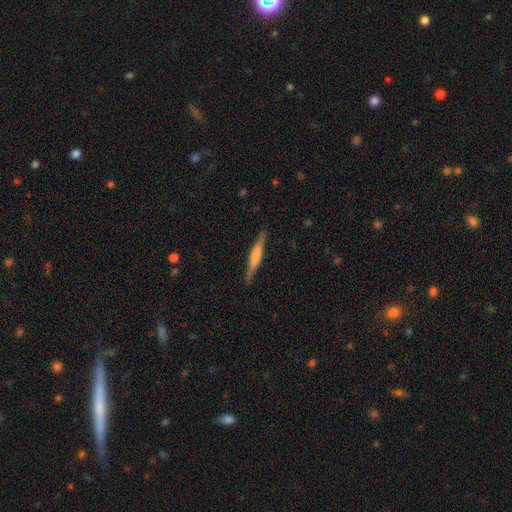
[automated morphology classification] type=smooth (49%); merging=none (88%).